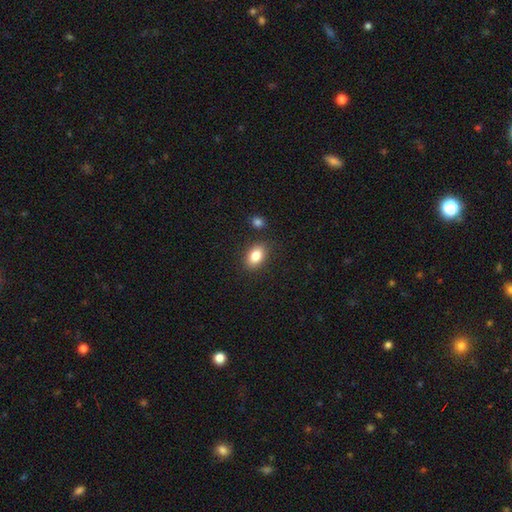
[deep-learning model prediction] This appears to be a smooth galaxy with no disk features (84%) that is in between round and cigar-shaped (86%). Merging: none (84%).